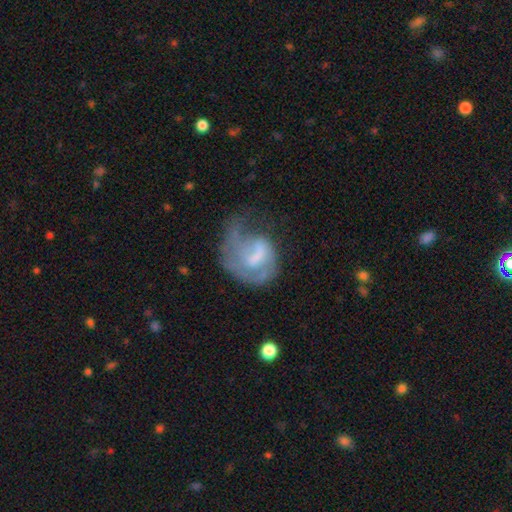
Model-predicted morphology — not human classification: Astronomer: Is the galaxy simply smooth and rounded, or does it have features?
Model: featured or disk — 60%.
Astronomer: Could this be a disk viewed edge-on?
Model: no — 97%.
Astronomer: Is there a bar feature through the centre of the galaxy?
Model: weak — 44% (runner-up: no, 43%).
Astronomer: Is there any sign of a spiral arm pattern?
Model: yes — 67%.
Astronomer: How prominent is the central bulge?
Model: none — 37% (runner-up: moderate, 27%).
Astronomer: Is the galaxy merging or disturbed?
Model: major disturbance — 49% (runner-up: none, 27%).